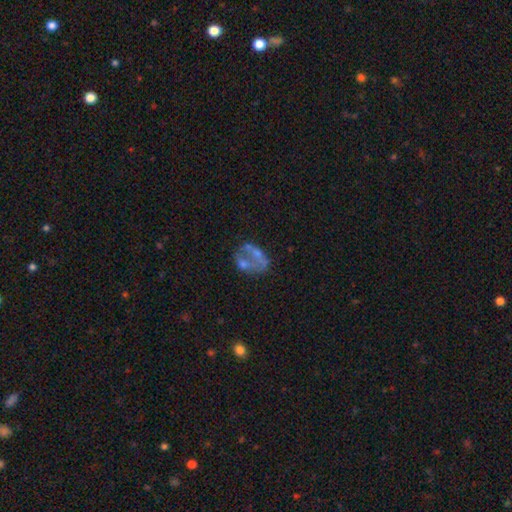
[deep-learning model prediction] Q: Smooth or featured?
A: featured or disk (53%); runner-up: smooth (34%)
Q: Edge-on disk?
A: no (98%); runner-up: yes (2%)
Q: Bar?
A: no (89%); runner-up: weak (8%)
Q: Spiral arms?
A: no (90%); runner-up: yes (10%)
Q: Bulge size?
A: none (50%); runner-up: moderate (23%)
Q: Merging?
A: none (31%); runner-up: merger (28%)